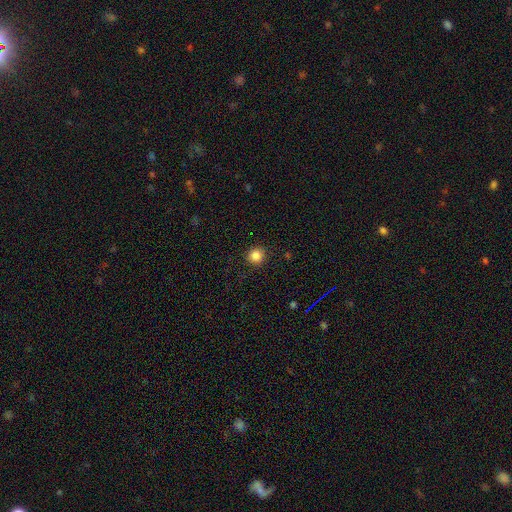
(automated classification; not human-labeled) Smooth or featured?
  - smooth: 85% *
  - star or artifact: 11%
  - featured or disk: 4%
How rounded?
  - round: 92% *
  - in between: 7%
  - cigar-shaped: 1%
Merging?
  - none: 90% *
  - minor disturbance: 7%
  - major disturbance: 2%
  - merger: 1%